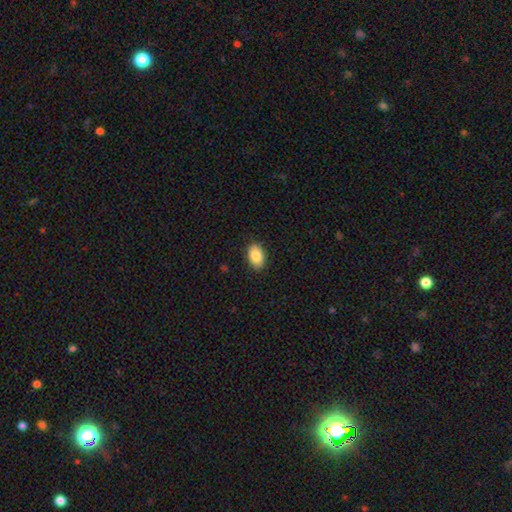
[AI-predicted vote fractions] Smooth or featured: smooth — 86% (star or artifact — 7%)
How rounded: in between — 90% (round — 9%)
Merging: none — 89% (minor disturbance — 8%)